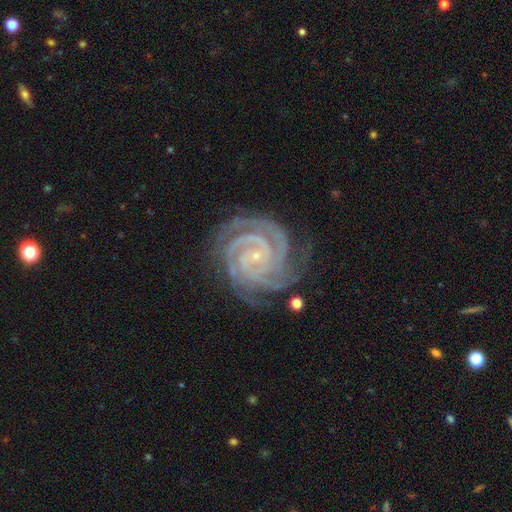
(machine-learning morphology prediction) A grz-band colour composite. It shows a featured or disk galaxy (93%) with no bar (64%), 3 (31%) tight (84%) spiral arms (99%) and a small central bulge (89%). Merging: none (76%).